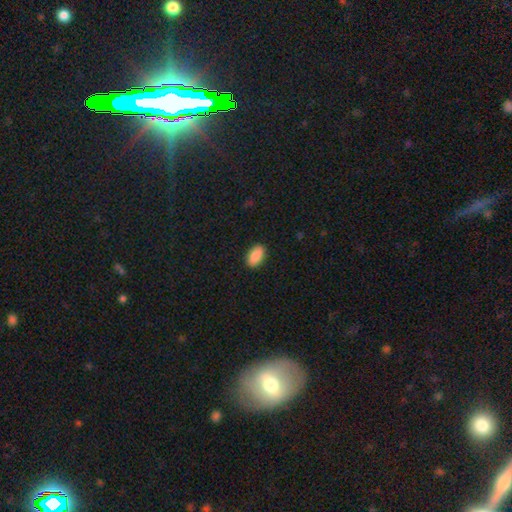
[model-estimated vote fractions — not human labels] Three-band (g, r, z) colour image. It shows a smooth galaxy with no disk features (88%) that is in between round and cigar-shaped (92%). Merging: none (89%).